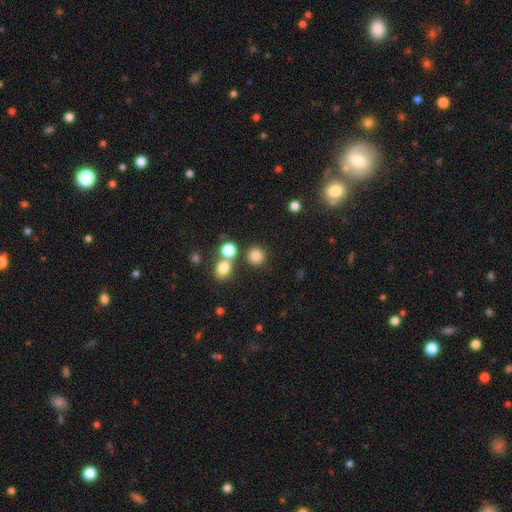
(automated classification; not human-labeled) Smooth or featured? Predicted: smooth (p=0.81). How rounded? Predicted: round (p=0.91). Merging? Predicted: none (p=0.76).